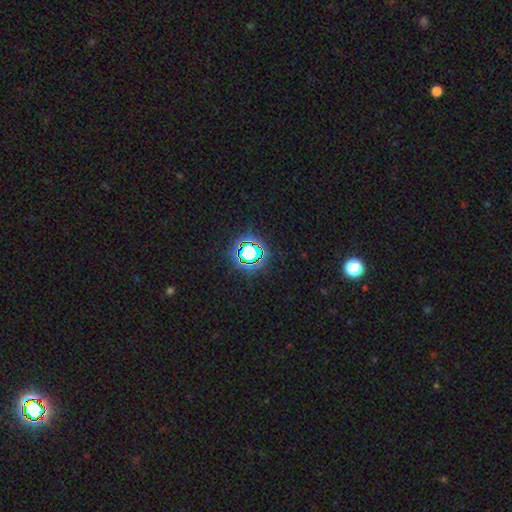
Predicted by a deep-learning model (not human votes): smooth-or-featured: star or artifact: 66% | smooth: 23% | featured or disk: 12%